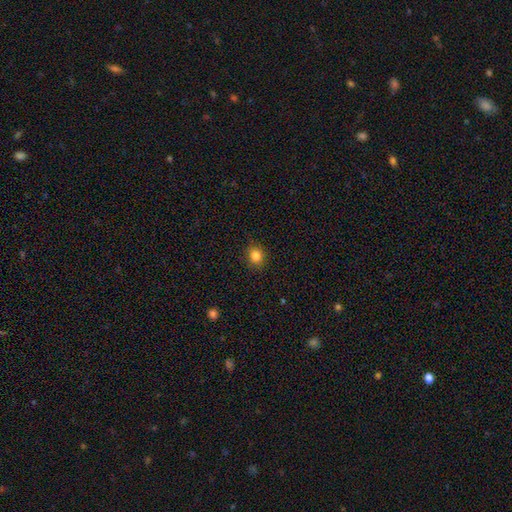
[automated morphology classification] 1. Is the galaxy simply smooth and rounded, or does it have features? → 83% smooth, 12% star or artifact, 5% featured or disk.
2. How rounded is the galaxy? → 79% round, 20% in between, 1% cigar-shaped.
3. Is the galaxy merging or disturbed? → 89% none, 8% minor disturbance, 2% major disturbance, 1% merger.